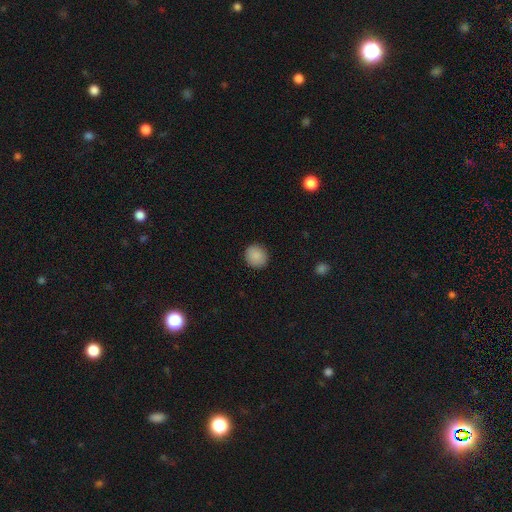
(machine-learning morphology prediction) smooth_or_featured: smooth (p=0.88) [alt: star or artifact p=0.08]
how_rounded: round (p=0.83) [alt: in between p=0.16]
merging: none (p=0.90) [alt: minor disturbance p=0.07]